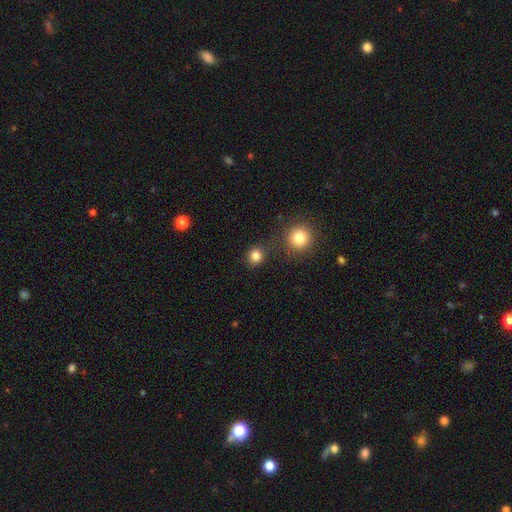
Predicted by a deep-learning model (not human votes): Smooth or featured? Predicted: smooth (p=0.82). How rounded? Predicted: round (p=0.84). Merging? Predicted: none (p=0.79).